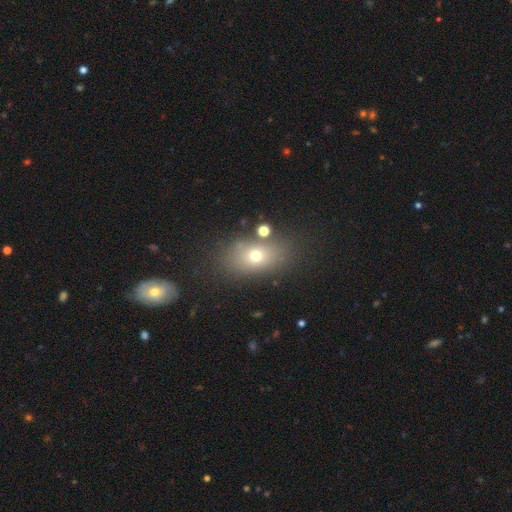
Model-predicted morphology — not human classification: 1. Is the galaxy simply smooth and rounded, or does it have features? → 67% smooth, 18% featured or disk, 15% star or artifact.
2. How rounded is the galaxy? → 76% in between, 21% round, 3% cigar-shaped.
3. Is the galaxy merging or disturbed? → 73% none, 13% minor disturbance, 8% merger, 7% major disturbance.